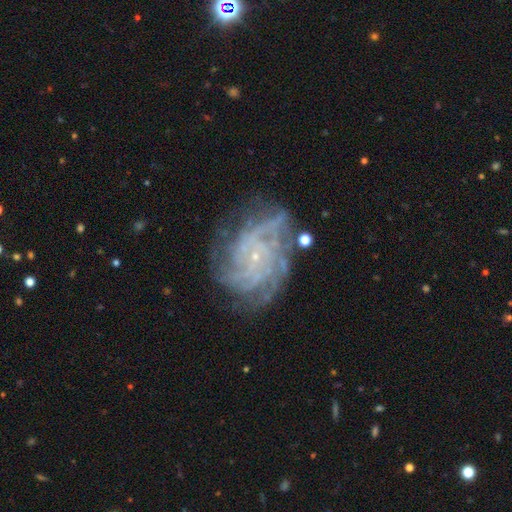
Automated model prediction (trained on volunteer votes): Smooth or featured? featured or disk (87%)
Edge-on disk? no (98%)
Bar? no (74%)
Spiral arms? yes (97%)
Spiral winding? tight (68%)
Spiral arm count? 4 (30%)
Bulge size? small (88%)
Merging? none (67%)